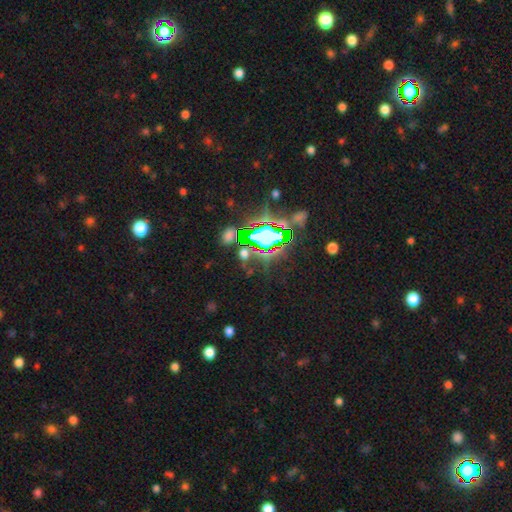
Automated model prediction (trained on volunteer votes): smooth_or_featured: star or artifact (p=0.83) [alt: smooth p=0.10]